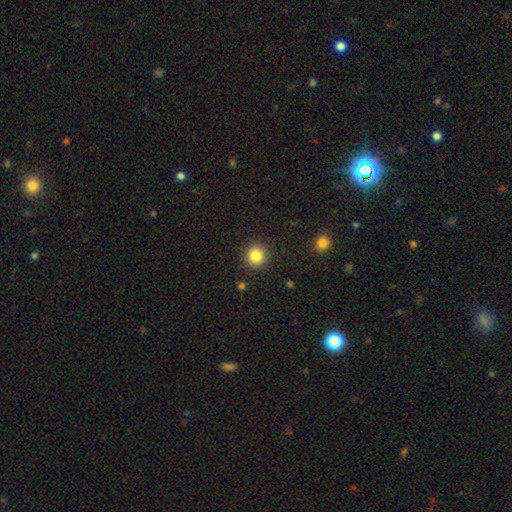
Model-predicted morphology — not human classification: The model was most divided on "smooth or featured": smooth: 84%, star or artifact: 11%, featured or disk: 5%. More confident: how rounded — round (94%); merging — none (91%).